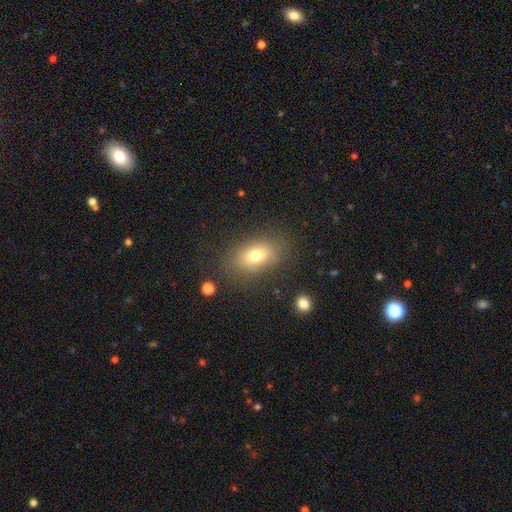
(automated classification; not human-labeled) Smooth or featured? Predicted: smooth (p=0.73). How rounded? Predicted: in between (p=0.82). Merging? Predicted: none (p=0.80).